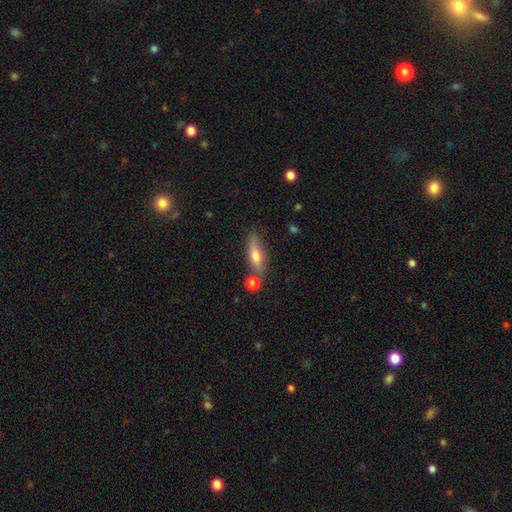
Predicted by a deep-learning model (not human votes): Overall: smooth (58%; featured or disk 35%). How rounded: cigar-shaped (52%; in between 44%). Merging: none (67%).